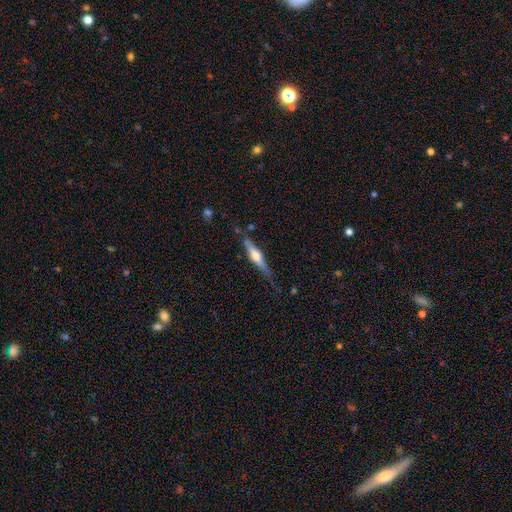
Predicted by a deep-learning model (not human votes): This appears to be a featured or disk galaxy (59%) viewed edge-on (94%) with a rounded central bulge (85%). Merging: none (68%).